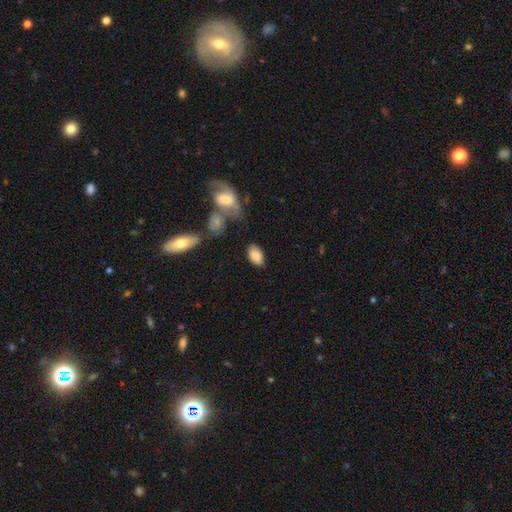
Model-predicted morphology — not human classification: smooth 85%, featured or disk 8%, star or artifact 7%. Down the decision tree: how rounded — in between (92%); merging — none (73%).